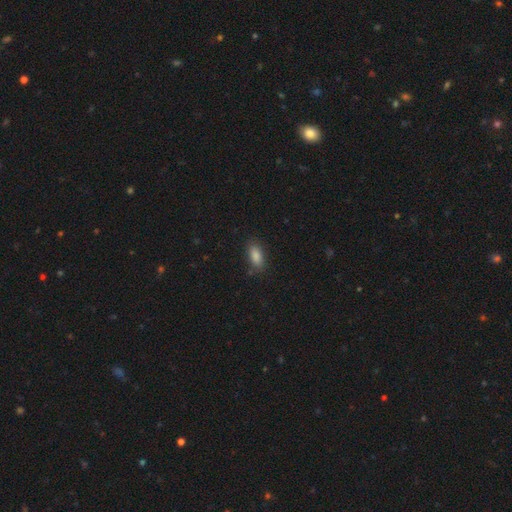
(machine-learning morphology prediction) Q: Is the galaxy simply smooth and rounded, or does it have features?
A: smooth — 85%.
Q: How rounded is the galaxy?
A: in between — 86%.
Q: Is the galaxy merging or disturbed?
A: none — 85%.